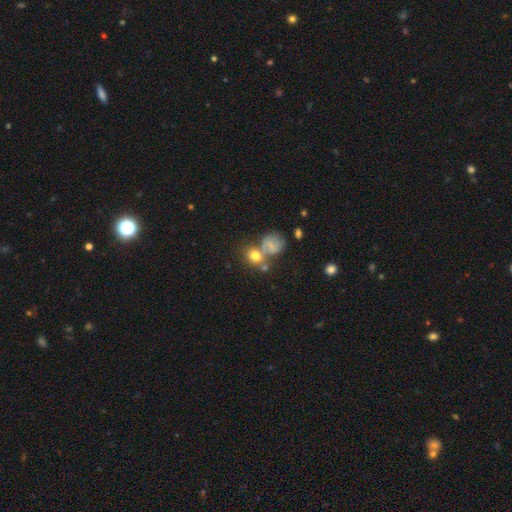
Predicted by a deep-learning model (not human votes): Smooth or featured?
  - smooth: 68% *
  - featured or disk: 20%
  - star or artifact: 13%
How rounded?
  - round: 65% *
  - in between: 34%
  - cigar-shaped: 1%
Merging?
  - none: 42% *
  - merger: 37%
  - minor disturbance: 13%
  - major disturbance: 8%